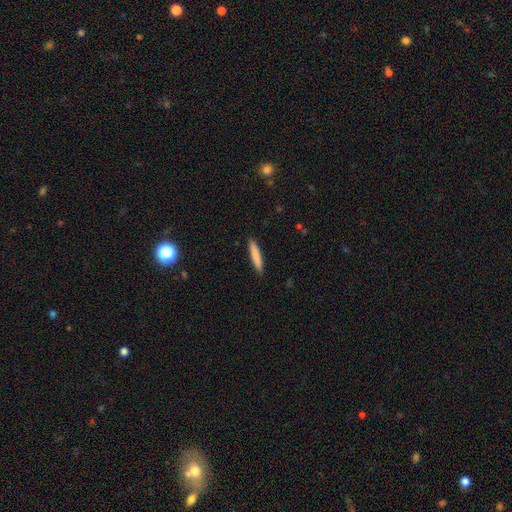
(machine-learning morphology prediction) Smooth or featured?
  - smooth: 82% *
  - featured or disk: 12%
  - star or artifact: 6%
How rounded?
  - cigar-shaped: 92% *
  - in between: 7%
  - round: 1%
Merging?
  - none: 91% *
  - minor disturbance: 6%
  - major disturbance: 1%
  - merger: 1%